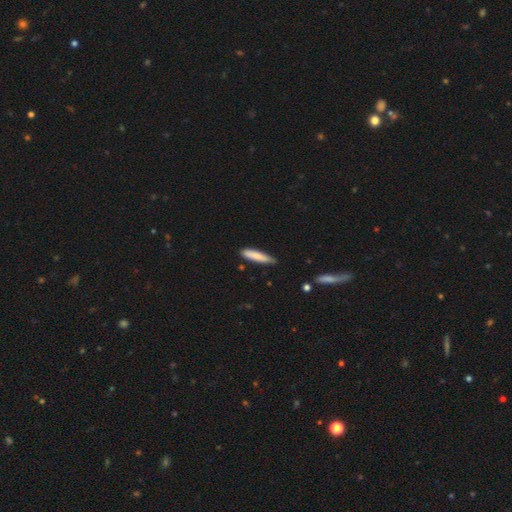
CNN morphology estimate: smooth-or-featured: smooth: 82% | featured or disk: 13% | star or artifact: 6%
  how-rounded: cigar-shaped: 83% | in between: 16% | round: 1%
  merging: none: 76% | minor disturbance: 20% | major disturbance: 3% | merger: 2%